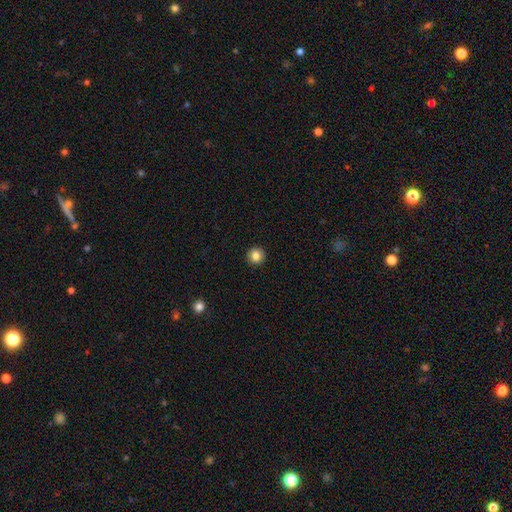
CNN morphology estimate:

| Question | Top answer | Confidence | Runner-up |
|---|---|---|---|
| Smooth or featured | smooth | 84% | star or artifact (10%) |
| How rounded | round | 94% | in between (5%) |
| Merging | none | 93% | minor disturbance (5%) |